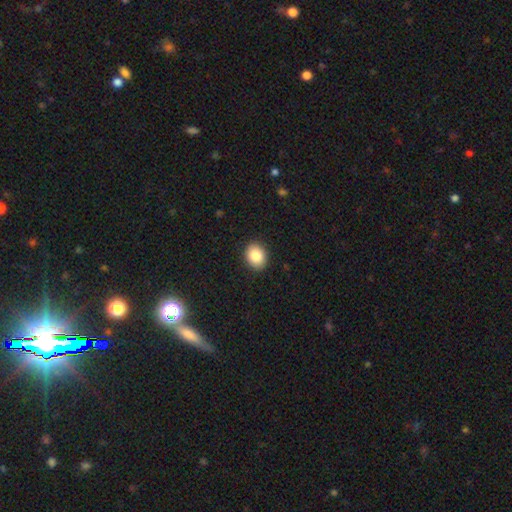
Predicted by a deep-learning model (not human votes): smooth-or-featured: smooth: 86% | star or artifact: 8% | featured or disk: 6%
  how-rounded: in between: 54% | round: 46% | cigar-shaped: 1%
  merging: none: 91% | minor disturbance: 7% | major disturbance: 2% | merger: 1%